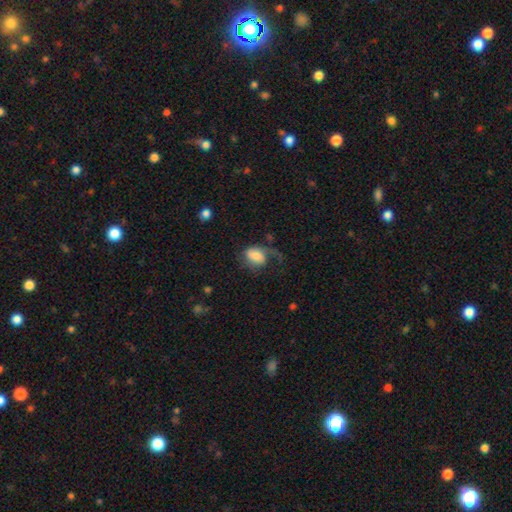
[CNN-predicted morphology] Q: Smooth or featured?
A: smooth (62%); runner-up: featured or disk (30%)
Q: How rounded?
A: in between (75%); runner-up: round (24%)
Q: Merging?
A: major disturbance (46%); runner-up: none (30%)